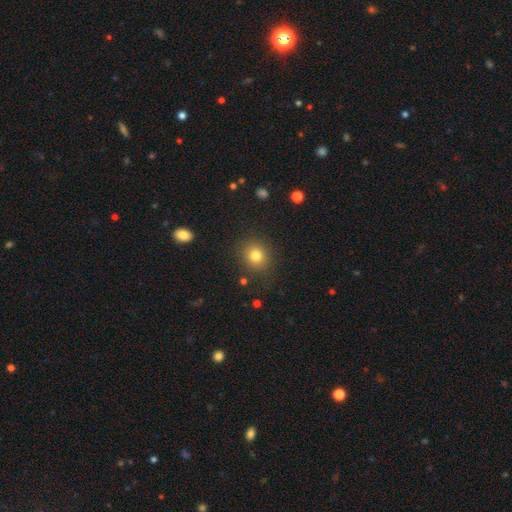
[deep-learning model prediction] smooth_or_featured: smooth (p=0.79) [alt: star or artifact p=0.13]
how_rounded: round (p=0.85) [alt: in between p=0.15]
merging: none (p=0.87) [alt: minor disturbance p=0.08]